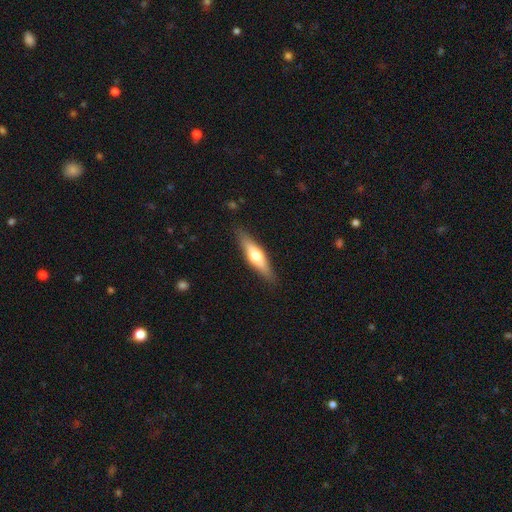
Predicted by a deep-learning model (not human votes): smooth_or_featured: smooth (p=0.48) [alt: featured or disk p=0.47]
merging: none (p=0.87) [alt: minor disturbance p=0.10]